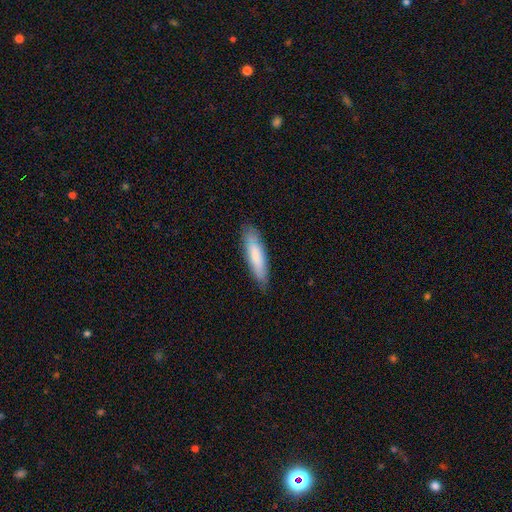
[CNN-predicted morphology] Smooth or featured: smooth — 77% (featured or disk — 18%)
How rounded: cigar-shaped — 69% (in between — 30%)
Merging: none — 79% (minor disturbance — 17%)